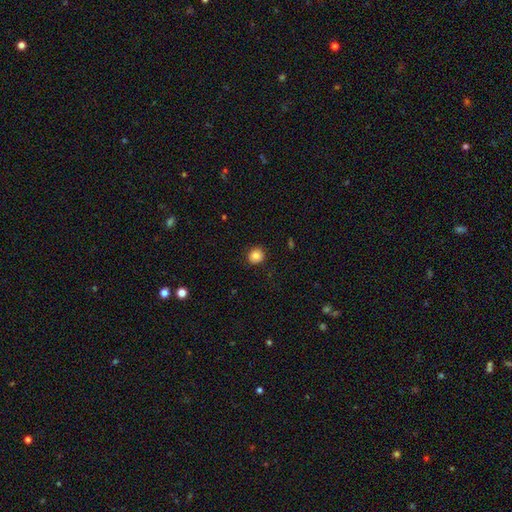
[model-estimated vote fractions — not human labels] smooth_or_featured: smooth (p=0.84) [alt: star or artifact p=0.10]
how_rounded: round (p=0.86) [alt: in between p=0.13]
merging: none (p=0.90) [alt: minor disturbance p=0.07]